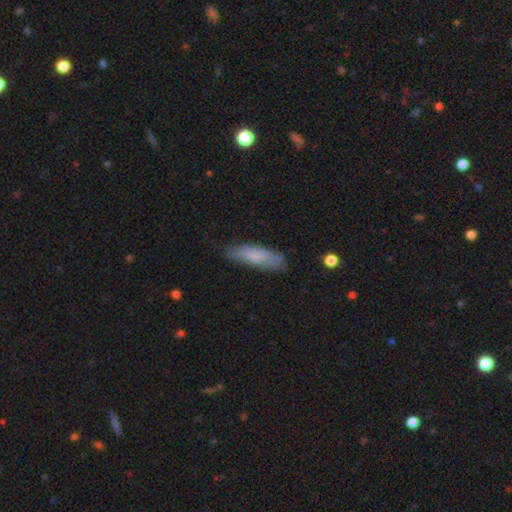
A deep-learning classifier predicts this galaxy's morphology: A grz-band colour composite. It shows a smooth galaxy with no disk features (72%) that is cigar-shaped (60%). Merging: none (73%).